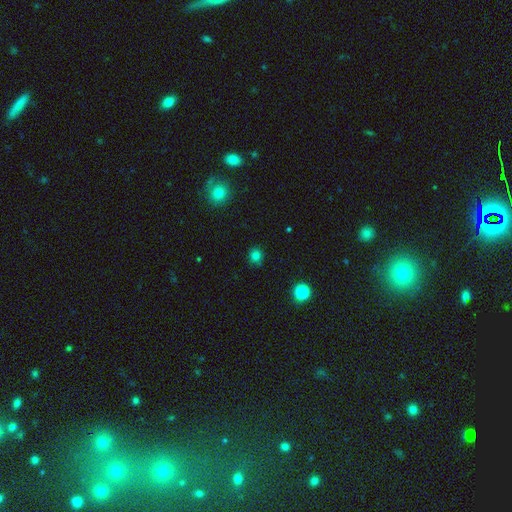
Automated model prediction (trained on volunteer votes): A smooth galaxy with no disk features (77%) that is round (86%). Merging: none (86%).